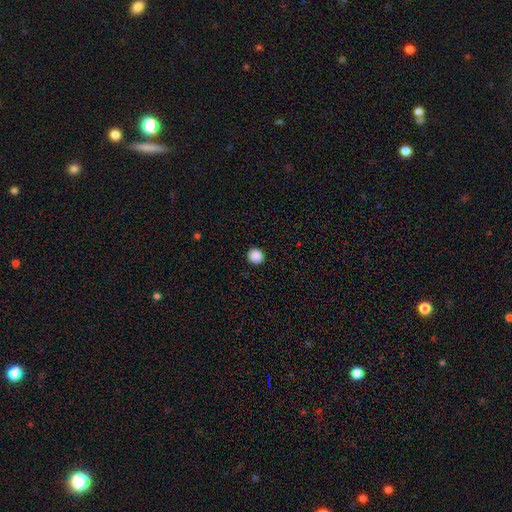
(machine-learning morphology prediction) A smooth galaxy with no disk features (88%) that is round (92%).

Vote fractions:
- Smooth or featured? smooth: 88% / star or artifact: 9% / featured or disk: 3%
- How rounded? round: 92% / in between: 7% / cigar-shaped: 1%
- Merging? none: 93% / minor disturbance: 5% / major disturbance: 2% / merger: 1%